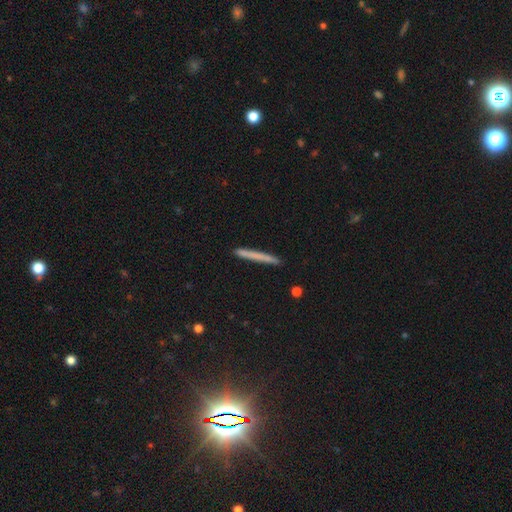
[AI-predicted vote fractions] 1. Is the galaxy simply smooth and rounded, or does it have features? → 68% smooth, 26% featured or disk, 6% star or artifact.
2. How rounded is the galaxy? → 97% cigar-shaped, 2% in between, 1% round.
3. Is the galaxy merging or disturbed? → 91% none, 7% minor disturbance, 1% major disturbance, 1% merger.